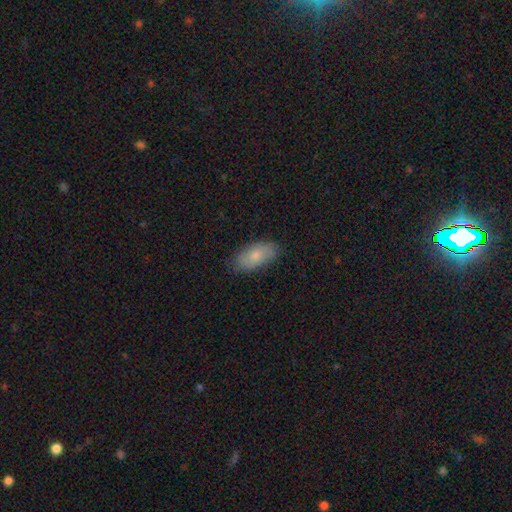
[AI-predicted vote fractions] A smooth galaxy with no disk features (75%) that is in between round and cigar-shaped (90%).

Vote fractions:
- Smooth or featured? smooth: 75% / featured or disk: 19% / star or artifact: 6%
- How rounded? in between: 90% / cigar-shaped: 8% / round: 3%
- Merging? none: 83% / minor disturbance: 14% / major disturbance: 3% / merger: 1%